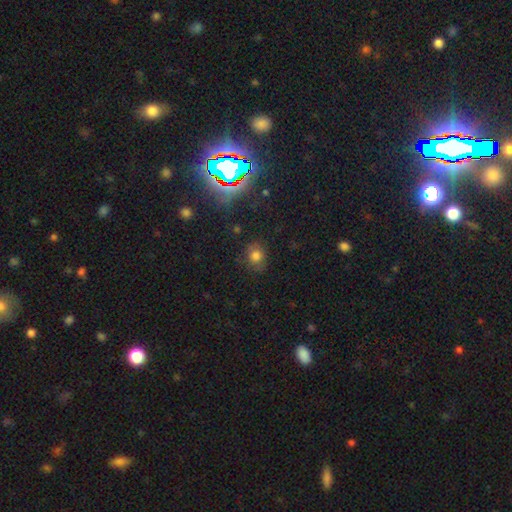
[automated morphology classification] A smooth galaxy with no disk features (73%) that is round (79%).

Vote fractions:
- Smooth or featured? smooth: 73% / star or artifact: 19% / featured or disk: 9%
- How rounded? round: 79% / in between: 20% / cigar-shaped: 1%
- Merging? none: 76% / minor disturbance: 16% / major disturbance: 6% / merger: 2%